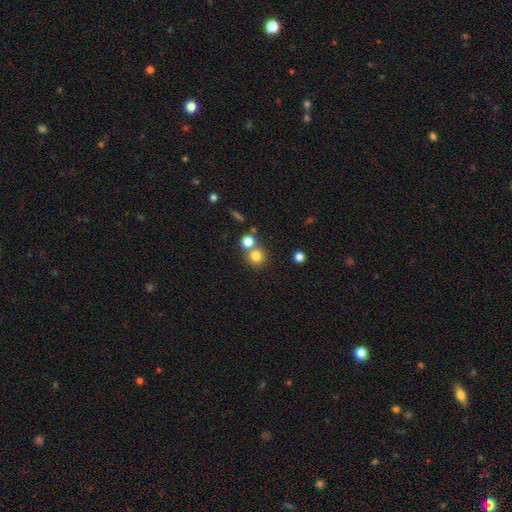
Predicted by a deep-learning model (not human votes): Morphology: type=smooth (78%); roundness=round (89%); merging=none (57%).